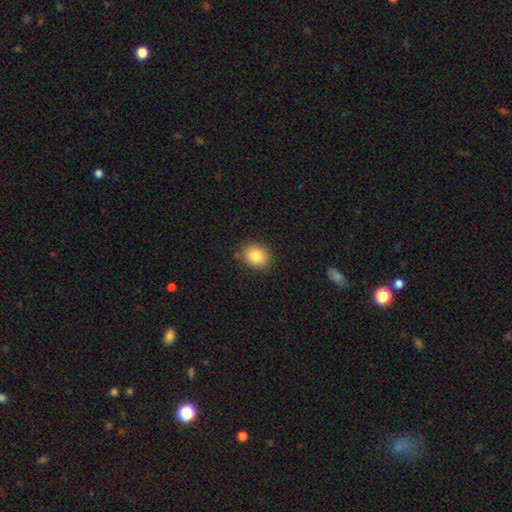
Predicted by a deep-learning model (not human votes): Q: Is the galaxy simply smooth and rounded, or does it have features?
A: smooth — 85%.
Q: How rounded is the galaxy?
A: round — 62%.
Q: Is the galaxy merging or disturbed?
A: none — 85%.